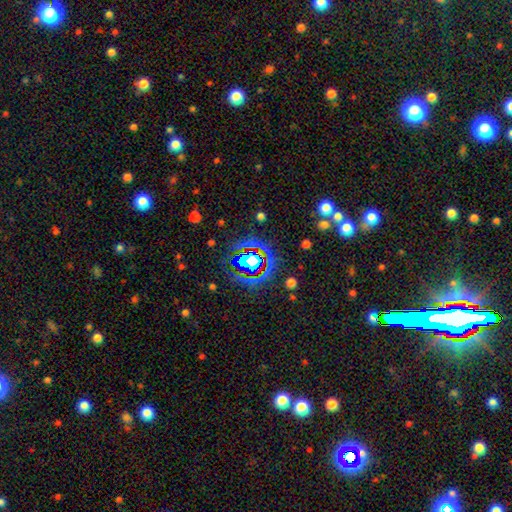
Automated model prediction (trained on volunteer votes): smooth-or-featured: star or artifact: 66% | smooth: 20% | featured or disk: 13%